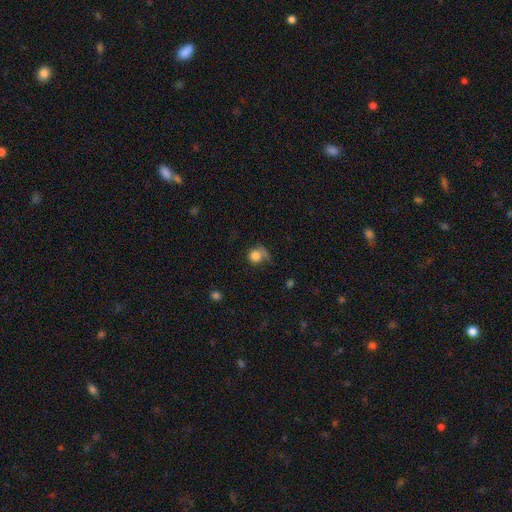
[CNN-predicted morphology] A smooth galaxy with no disk features (78%) that is round (84%). Merging: none (47%).